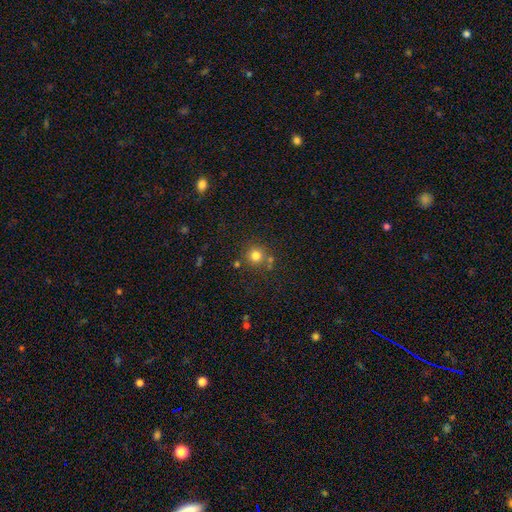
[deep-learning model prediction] smooth-or-featured: smooth: 78% | star or artifact: 15% | featured or disk: 7%
  how-rounded: round: 93% | in between: 6% | cigar-shaped: 1%
  merging: none: 75% | merger: 13% | minor disturbance: 9% | major disturbance: 3%